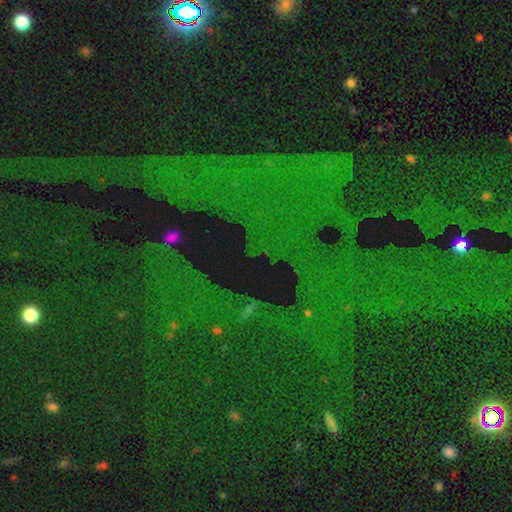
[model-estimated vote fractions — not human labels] Q: Smooth or featured?
A: star or artifact (79%); runner-up: smooth (11%)